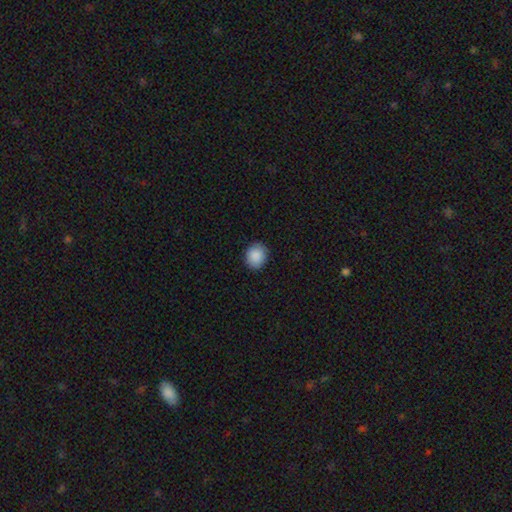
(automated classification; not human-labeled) A smooth galaxy with no disk features (90%) that is round (67%).

Vote fractions:
- Smooth or featured? smooth: 90% / star or artifact: 7% / featured or disk: 3%
- How rounded? round: 67% / in between: 32% / cigar-shaped: 1%
- Merging? none: 88% / minor disturbance: 9% / major disturbance: 2% / merger: 1%